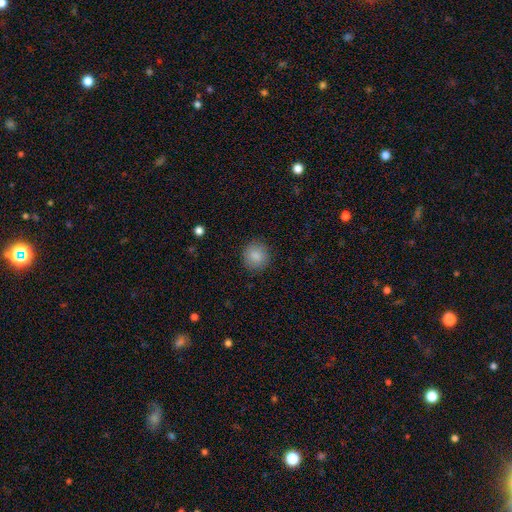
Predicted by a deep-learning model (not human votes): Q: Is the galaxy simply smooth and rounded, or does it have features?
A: smooth — 87%.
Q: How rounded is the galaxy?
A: round — 90%.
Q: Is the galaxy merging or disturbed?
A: none — 89%.